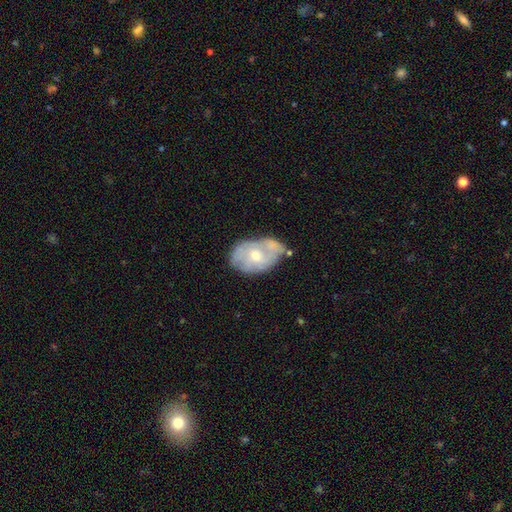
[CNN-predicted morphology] smooth_or_featured: featured or disk (p=0.58) [alt: smooth p=0.36]
disk_edge_on: no (p=0.95) [alt: yes p=0.05]
bar: no (p=0.72) [alt: weak p=0.24]
has_spiral_arms: yes (p=0.59) [alt: no p=0.41]
bulge_size: moderate (p=0.53) [alt: small p=0.41]
merging: none (p=0.49) [alt: minor disturbance p=0.30]